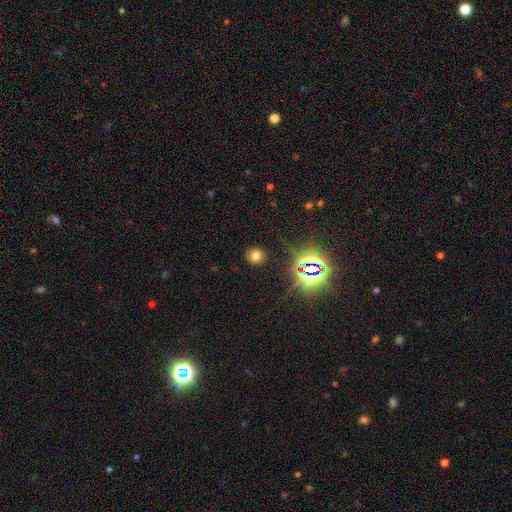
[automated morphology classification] Q: Smooth or featured?
A: smooth (68%); runner-up: star or artifact (24%)
Q: How rounded?
A: round (88%); runner-up: in between (11%)
Q: Merging?
A: none (89%); runner-up: minor disturbance (7%)